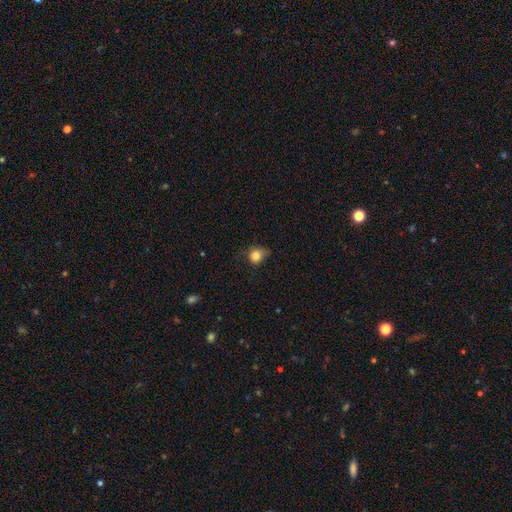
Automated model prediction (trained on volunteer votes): A smooth galaxy with no disk features (82%) that is round (75%). Merging: none (56%).